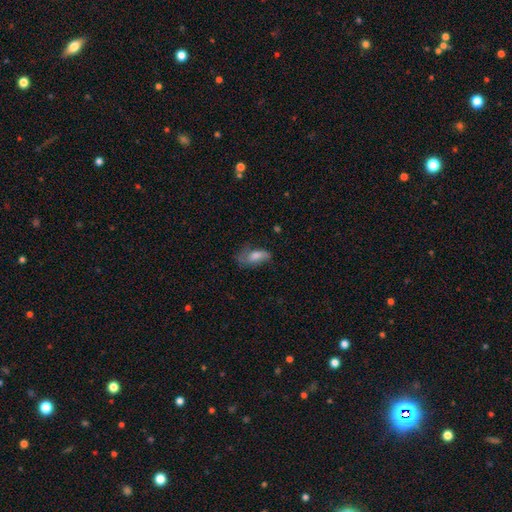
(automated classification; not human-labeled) This is likely a smooth galaxy (61%). How rounded: clearly in between (83%). Merging: possibly none (47%).